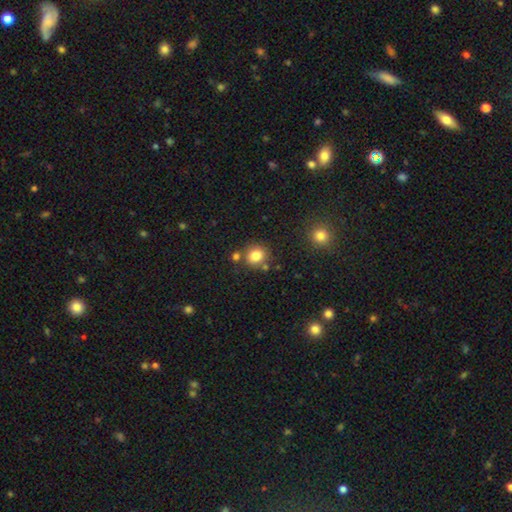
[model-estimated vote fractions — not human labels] The model was most divided on "how rounded": round: 72%, in between: 27%, cigar-shaped: 1%. More confident: smooth or featured — smooth (82%); merging — none (73%).